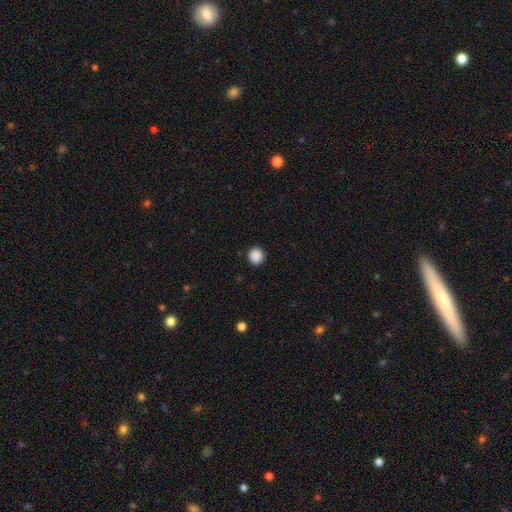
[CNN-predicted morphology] The model was most divided on "smooth or featured": smooth: 89%, star or artifact: 9%, featured or disk: 2%. More confident: merging — none (92%); how rounded — round (92%).